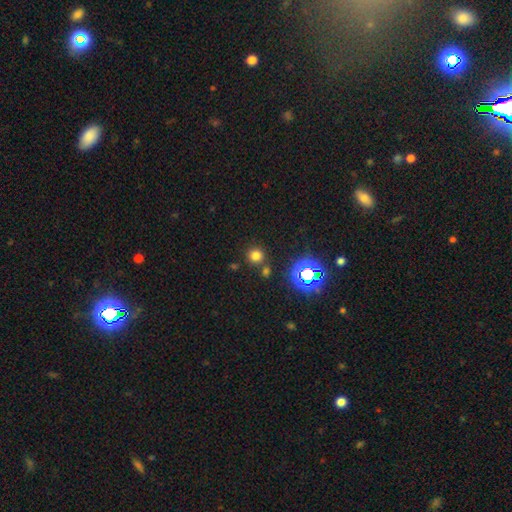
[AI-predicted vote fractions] This is likely a smooth galaxy (70%). How rounded: clearly round (92%). Merging: likely none (78%).